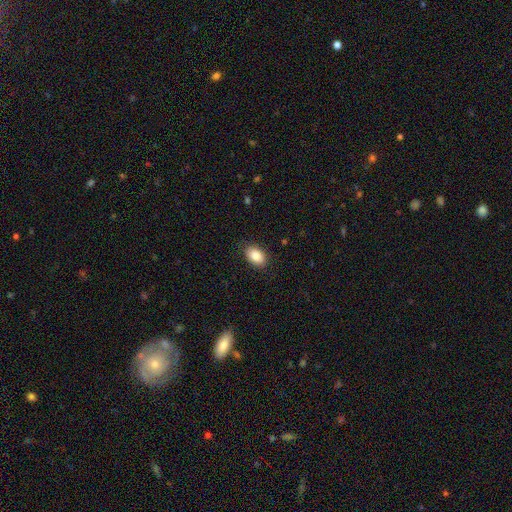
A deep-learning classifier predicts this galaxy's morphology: Smooth or featured: smooth — 87% (star or artifact — 7%)
How rounded: in between — 87% (round — 11%)
Merging: none — 87% (minor disturbance — 10%)